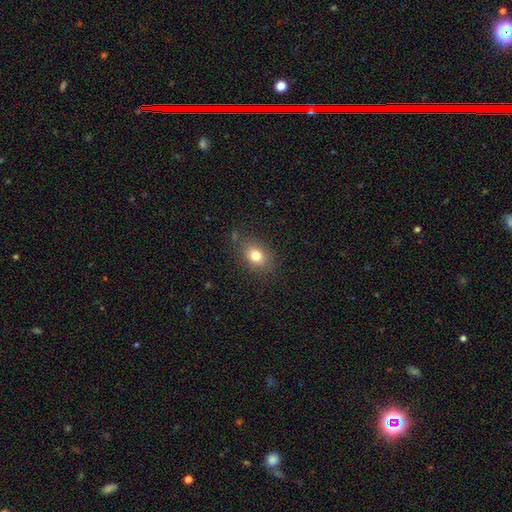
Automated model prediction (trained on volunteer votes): This appears to be a smooth galaxy with no disk features (78%) that is in between round and cigar-shaped (61%). Merging: none (81%).